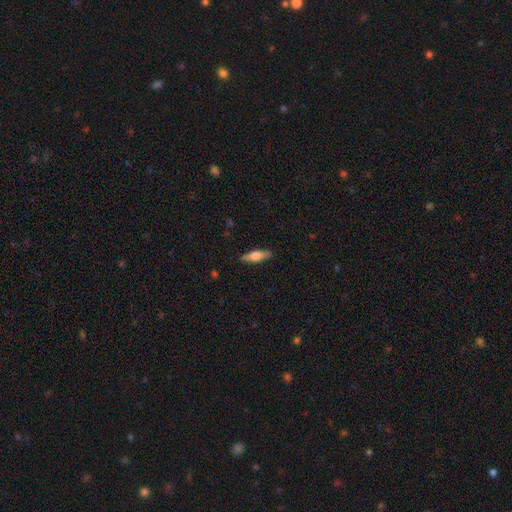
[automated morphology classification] Smooth or featured? smooth (54%)
How rounded? cigar-shaped (54%)
Merging? none (88%)